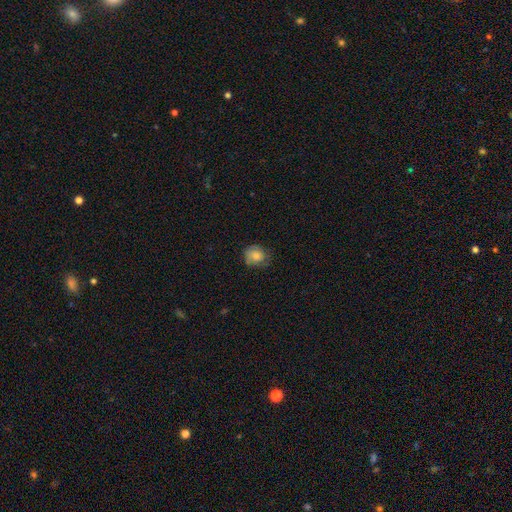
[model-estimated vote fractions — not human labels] Smooth or featured? Predicted: smooth (p=0.76). How rounded? Predicted: round (p=0.70). Merging? Predicted: none (p=0.67).